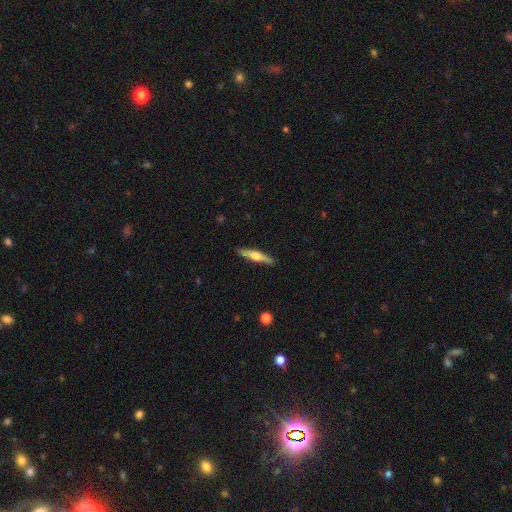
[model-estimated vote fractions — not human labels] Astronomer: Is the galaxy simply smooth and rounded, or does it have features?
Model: featured or disk — 56% (runner-up: smooth, 38%).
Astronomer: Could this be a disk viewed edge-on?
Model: yes — 96%.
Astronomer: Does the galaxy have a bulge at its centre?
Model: rounded — 89%.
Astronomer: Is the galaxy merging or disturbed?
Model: none — 90%.